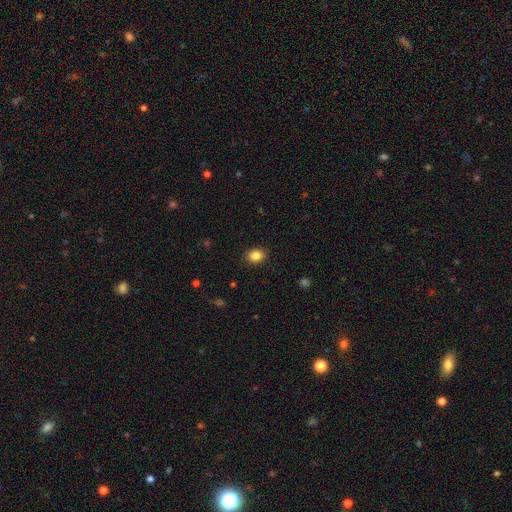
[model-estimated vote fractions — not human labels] Q: Smooth or featured?
A: smooth (85%); runner-up: star or artifact (10%)
Q: How rounded?
A: in between (52%); runner-up: round (47%)
Q: Merging?
A: none (89%); runner-up: minor disturbance (8%)